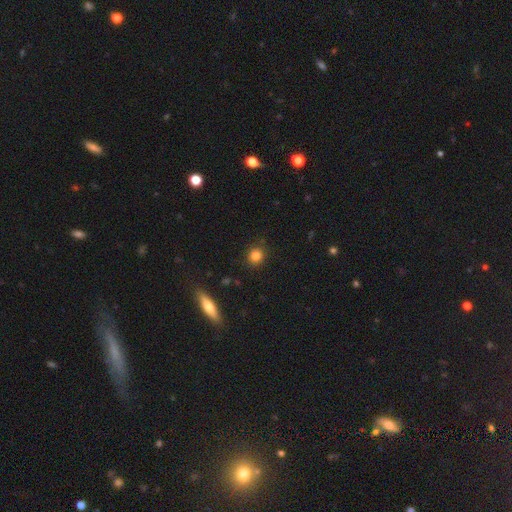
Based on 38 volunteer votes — Volunteers were most divided on "smooth or featured": smooth: 89%, featured or disk: 8%, star or artifact: 3%. More confident: merging — none (95%); how rounded — round (94%).